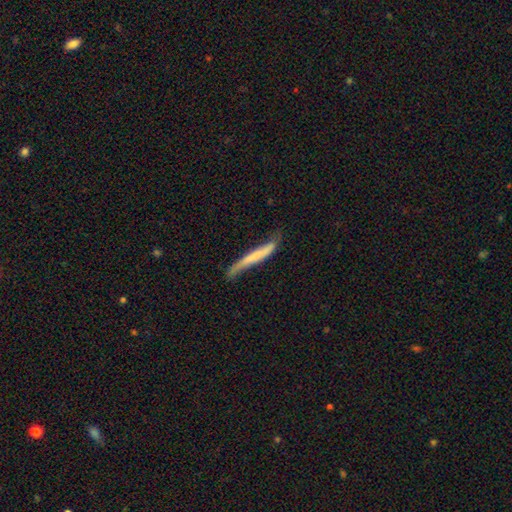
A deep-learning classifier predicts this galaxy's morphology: A smooth galaxy with no disk features (52%) that is cigar-shaped (94%). Merging: none (45%).